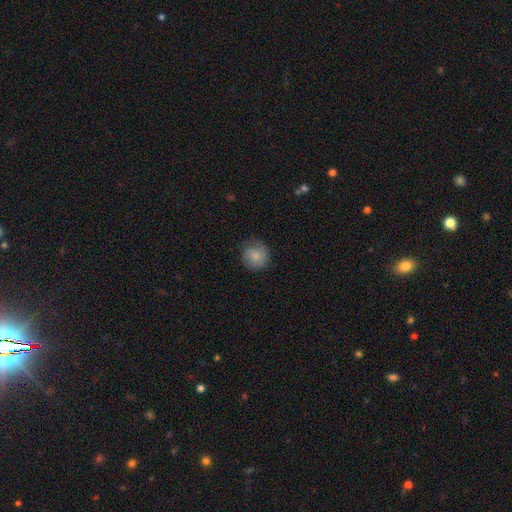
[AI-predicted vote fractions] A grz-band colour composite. It shows a smooth galaxy with no disk features (81%) that is round (91%). Merging: none (76%).